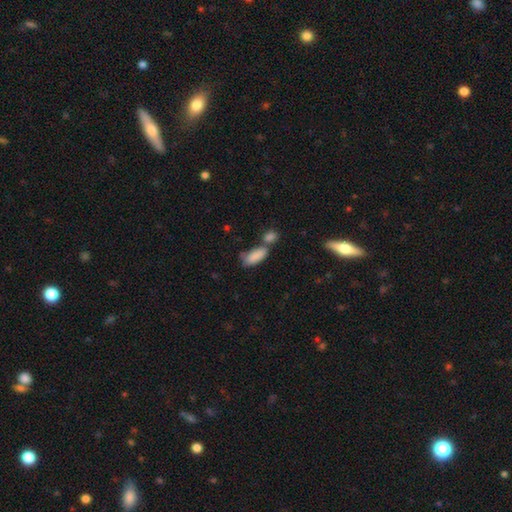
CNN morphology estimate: Smooth or featured: smooth — 86% (star or artifact — 7%)
How rounded: in between — 82% (cigar-shaped — 16%)
Merging: merger — 40% (none — 39%)